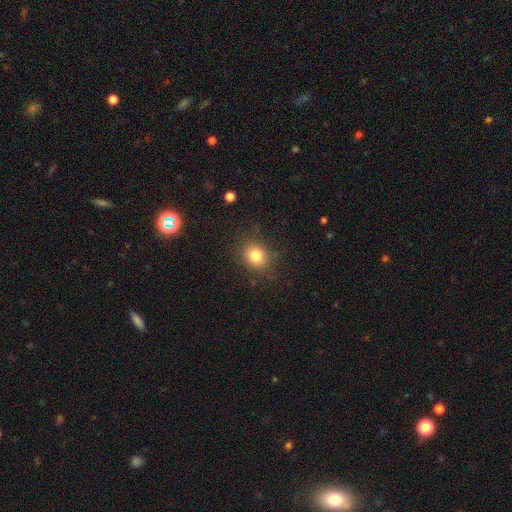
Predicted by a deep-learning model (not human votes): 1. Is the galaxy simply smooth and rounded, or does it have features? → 80% smooth, 12% star or artifact, 8% featured or disk.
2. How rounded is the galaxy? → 67% round, 33% in between, 1% cigar-shaped.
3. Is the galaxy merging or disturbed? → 82% none, 12% minor disturbance, 4% major disturbance, 1% merger.